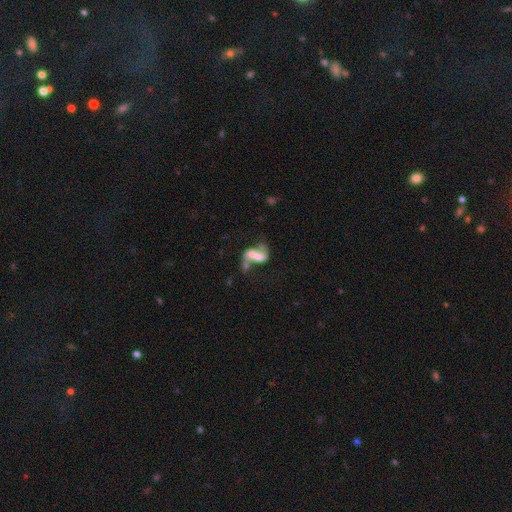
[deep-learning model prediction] This appears to be a featured or disk galaxy (63%) with a strong bar (51%), spiral arms (75%) and no central bulge (49%). Merging: none (35%).